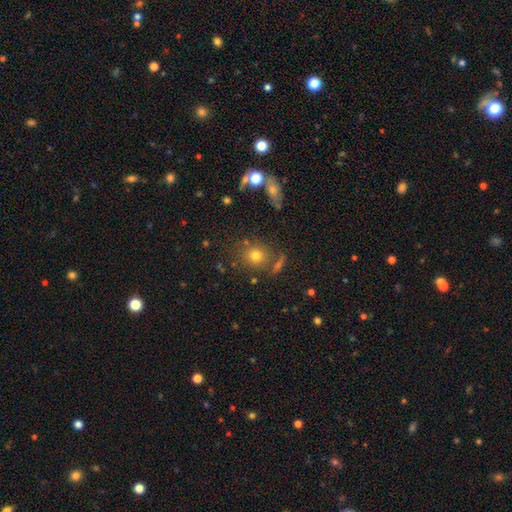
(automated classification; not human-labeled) Smooth or featured? Predicted: smooth (p=0.73). How rounded? Predicted: round (p=0.80). Merging? Predicted: none (p=0.73).